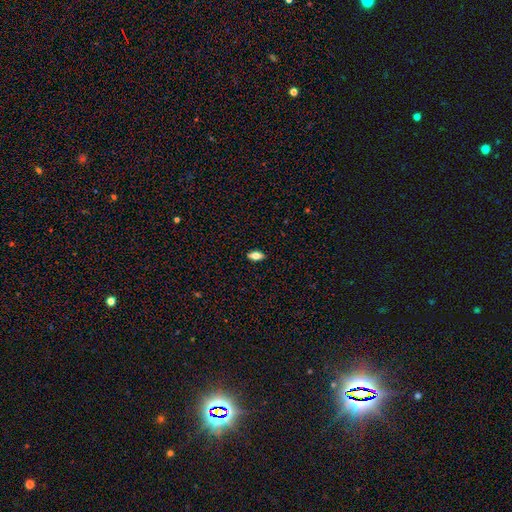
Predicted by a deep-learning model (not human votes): The model was most divided on "smooth or featured": smooth: 67%, featured or disk: 23%, star or artifact: 10%. More confident: merging — none (89%); how rounded — in between (86%).